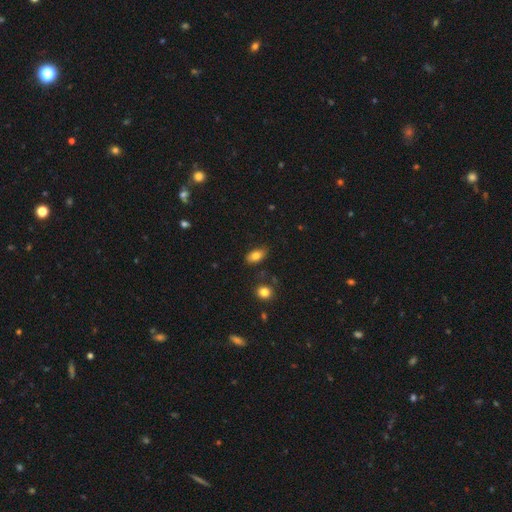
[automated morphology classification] type=smooth (79%); roundness=in between (89%); merging=none (79%).